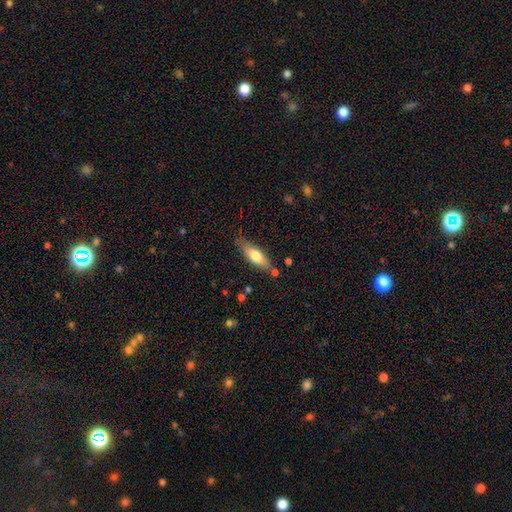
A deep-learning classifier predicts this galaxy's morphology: A smooth galaxy with no disk features (65%) that is in between round and cigar-shaped (50%). Merging: none (73%).